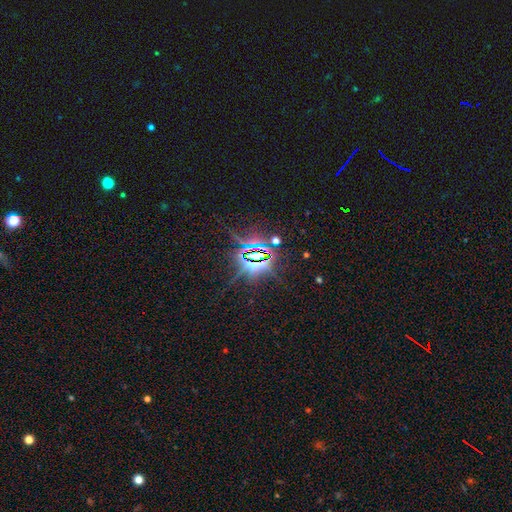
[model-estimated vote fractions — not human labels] Smooth or featured: star or artifact — 83% (featured or disk — 10%)